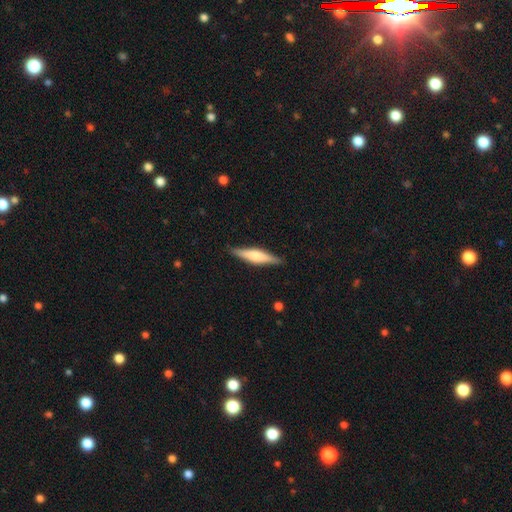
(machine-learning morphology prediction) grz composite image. It shows a featured or disk galaxy (50%). Merging: none (88%).